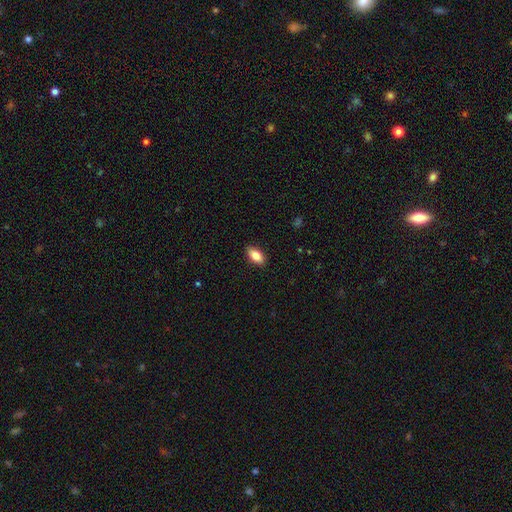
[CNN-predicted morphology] Smooth or featured?
  - smooth: 83% *
  - featured or disk: 10%
  - star or artifact: 7%
How rounded?
  - in between: 90% *
  - cigar-shaped: 5%
  - round: 5%
Merging?
  - none: 89% *
  - minor disturbance: 8%
  - major disturbance: 2%
  - merger: 1%